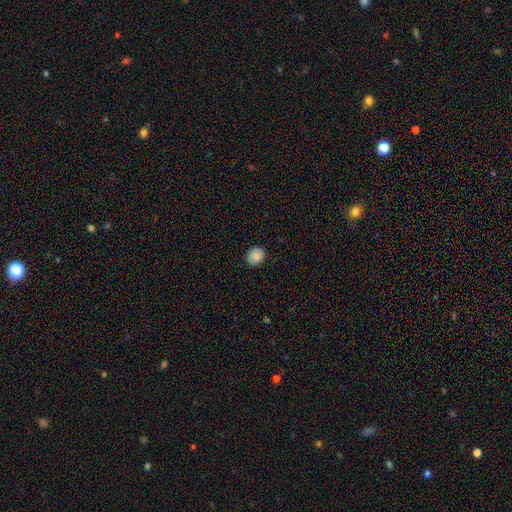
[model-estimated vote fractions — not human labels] Morphology: type=smooth (88%); roundness=round (56%); merging=none (88%).